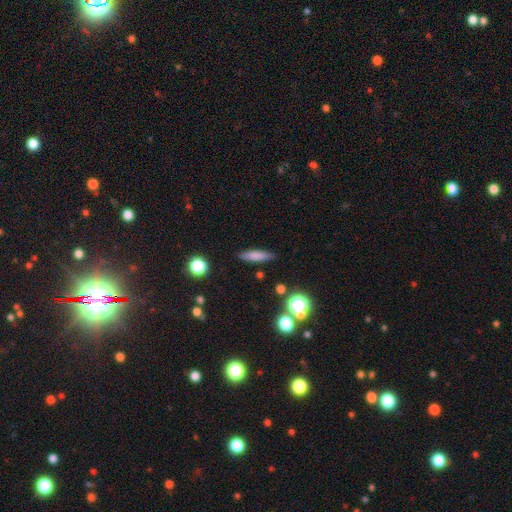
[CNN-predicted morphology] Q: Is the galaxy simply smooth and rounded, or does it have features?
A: smooth — 76%.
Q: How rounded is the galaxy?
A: cigar-shaped — 72%.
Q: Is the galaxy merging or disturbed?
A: none — 86%.